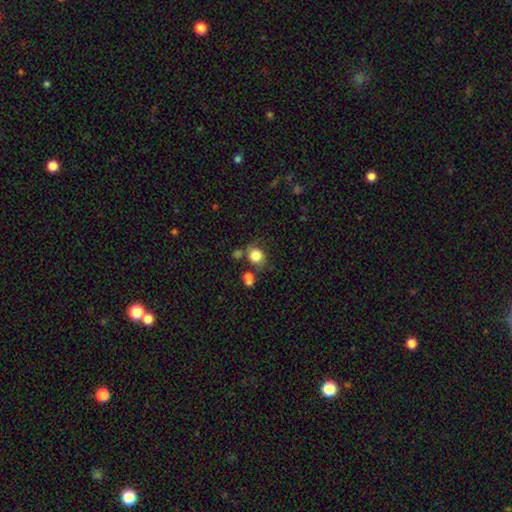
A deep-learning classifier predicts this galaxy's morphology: This appears to be a smooth galaxy with no disk features (81%) that is round (76%). Merging: none (59%).